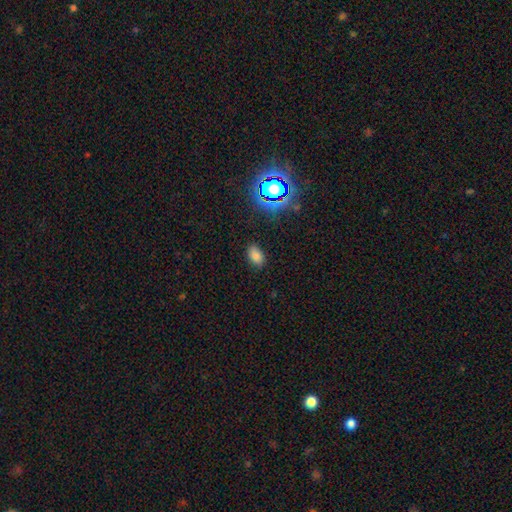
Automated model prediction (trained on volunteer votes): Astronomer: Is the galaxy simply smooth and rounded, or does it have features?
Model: smooth — 76%.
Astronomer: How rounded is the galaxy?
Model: in between — 88%.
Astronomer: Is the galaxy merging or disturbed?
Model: none — 82%.